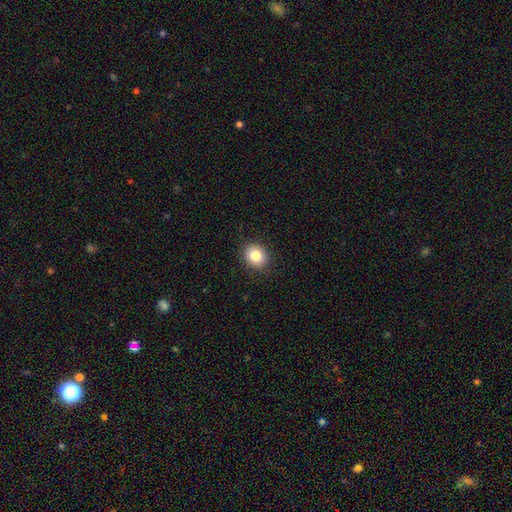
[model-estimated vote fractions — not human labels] A smooth galaxy with no disk features (83%) that is round (77%). Merging: none (90%).